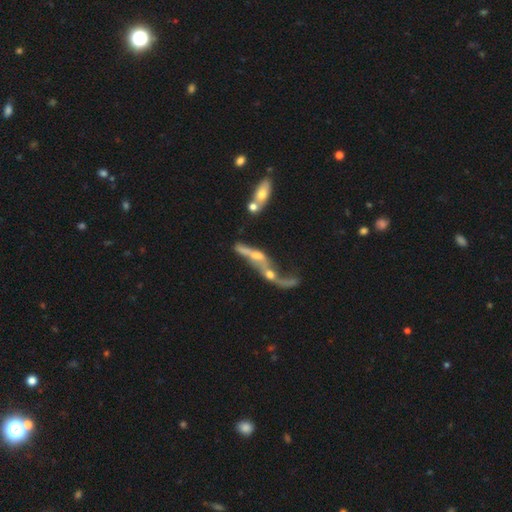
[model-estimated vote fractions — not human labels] smooth_or_featured: featured or disk (p=0.63) [alt: smooth p=0.23]
disk_edge_on: no (p=0.69) [alt: yes p=0.31]
merging: merger (p=0.57) [alt: major disturbance p=0.22]